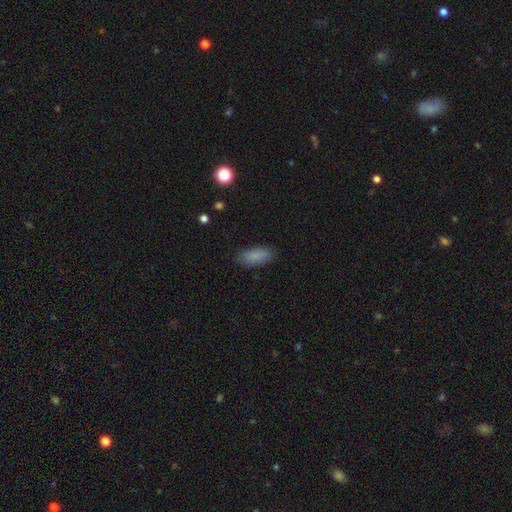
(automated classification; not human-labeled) smooth_or_featured: smooth (p=0.86) [alt: star or artifact p=0.08]
how_rounded: in between (p=0.85) [alt: cigar-shaped p=0.13]
merging: none (p=0.84) [alt: minor disturbance p=0.12]